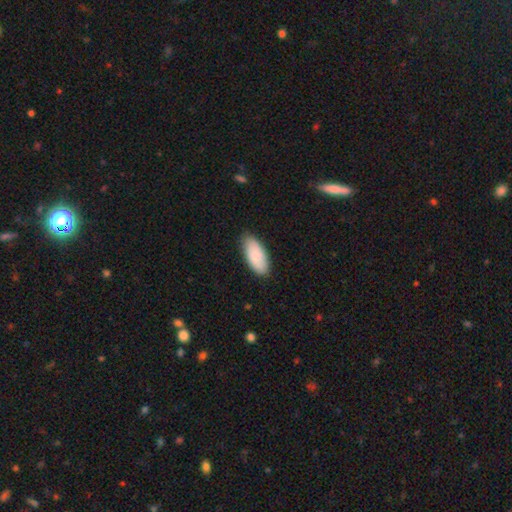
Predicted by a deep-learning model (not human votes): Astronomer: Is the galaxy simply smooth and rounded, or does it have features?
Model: smooth — 83%.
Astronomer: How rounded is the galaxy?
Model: in between — 89%.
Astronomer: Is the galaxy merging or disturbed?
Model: none — 84%.